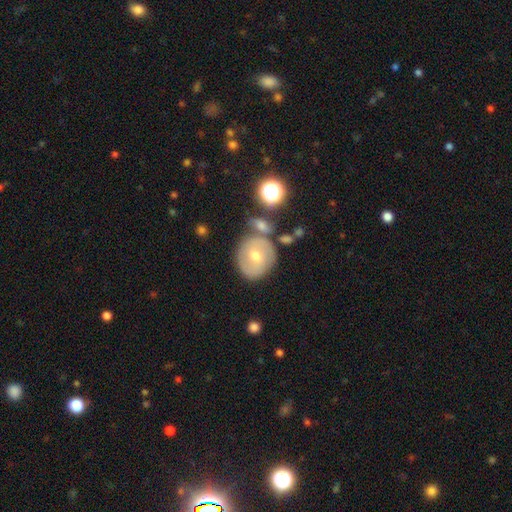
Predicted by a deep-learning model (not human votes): Smooth or featured? smooth (47%)
Merging? none (64%)